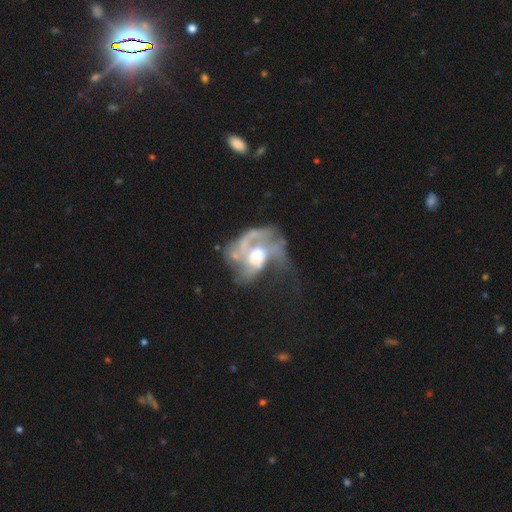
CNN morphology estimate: Q: Smooth or featured?
A: featured or disk (80%); runner-up: smooth (13%)
Q: Edge-on disk?
A: no (98%); runner-up: yes (2%)
Q: Bar?
A: no (60%); runner-up: weak (31%)
Q: Spiral arms?
A: yes (78%); runner-up: no (22%)
Q: Spiral winding?
A: loose (41%); runner-up: medium (40%)
Q: Spiral arm count?
A: 2 (30%); runner-up: can't tell (25%)
Q: Bulge size?
A: moderate (58%); runner-up: large (25%)
Q: Merging?
A: major disturbance (50%); runner-up: none (21%)